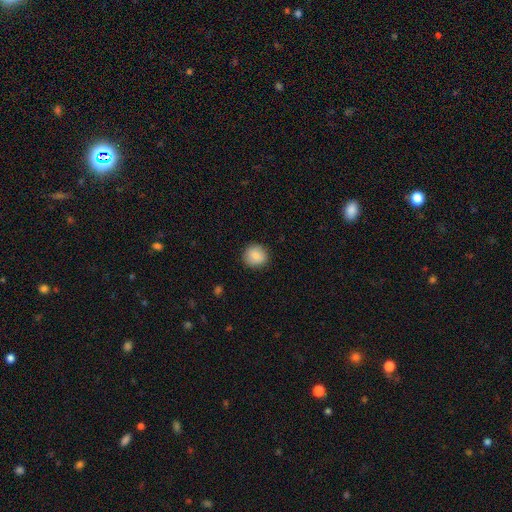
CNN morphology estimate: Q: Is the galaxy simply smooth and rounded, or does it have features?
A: smooth — 84%.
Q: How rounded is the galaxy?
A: round — 91%.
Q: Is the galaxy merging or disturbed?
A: none — 90%.